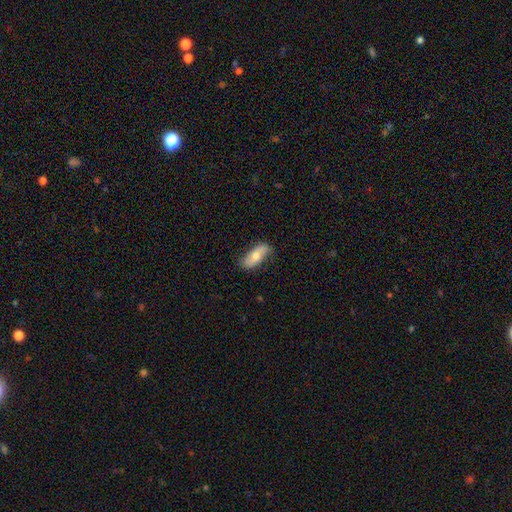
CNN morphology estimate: A smooth galaxy with no disk features (57%) that is in between round and cigar-shaped (79%). Merging: none (77%).